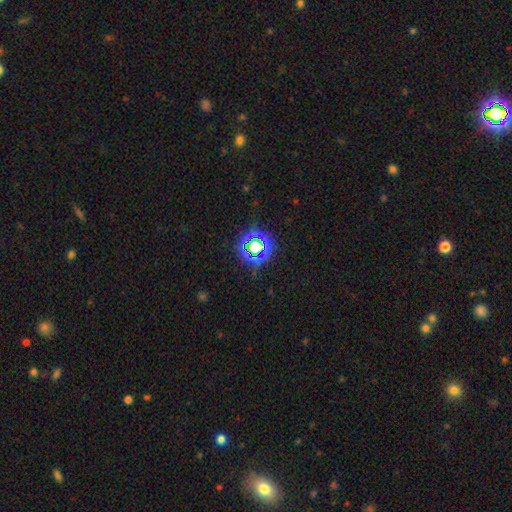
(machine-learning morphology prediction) star or artifact 76%, smooth 17%, featured or disk 7%.